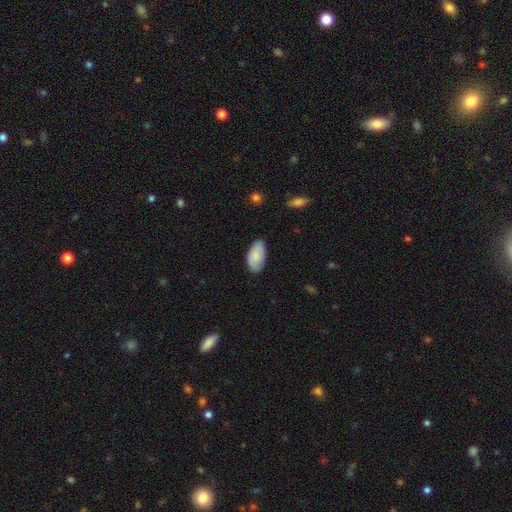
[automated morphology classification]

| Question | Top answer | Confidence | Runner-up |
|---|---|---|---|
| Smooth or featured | smooth | 80% | featured or disk (14%) |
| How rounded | in between | 95% | round (2%) |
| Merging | none | 76% | minor disturbance (20%) |